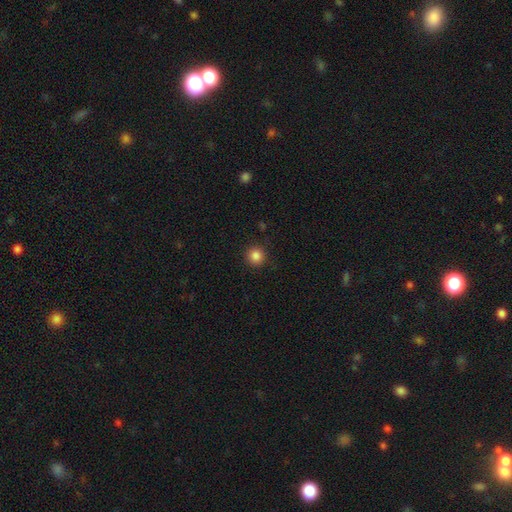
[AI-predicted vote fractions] smooth 85%, star or artifact 11%, featured or disk 4%. Down the decision tree: how rounded — round (95%); merging — none (91%).